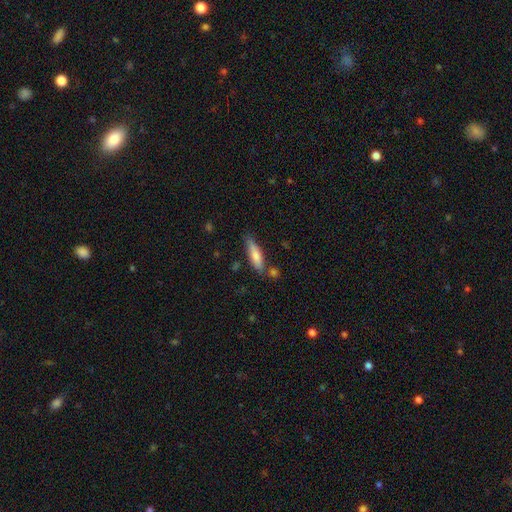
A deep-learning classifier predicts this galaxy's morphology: smooth 72%, featured or disk 22%, star or artifact 6%. Down the decision tree: how rounded — cigar-shaped (63%); merging — none (70%).